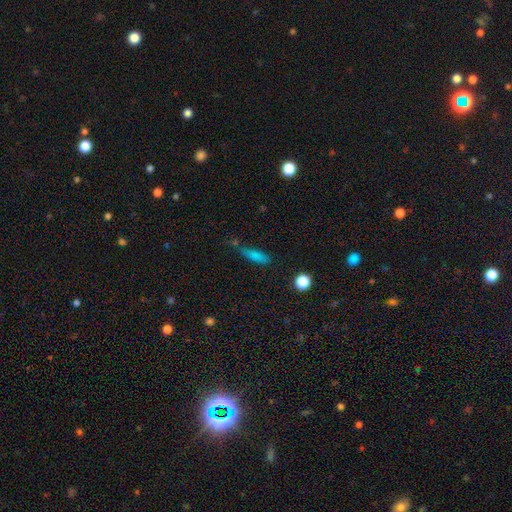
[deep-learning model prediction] smooth 76%, star or artifact 13%, featured or disk 11%. Down the decision tree: how rounded — cigar-shaped (54%); merging — none (62%).